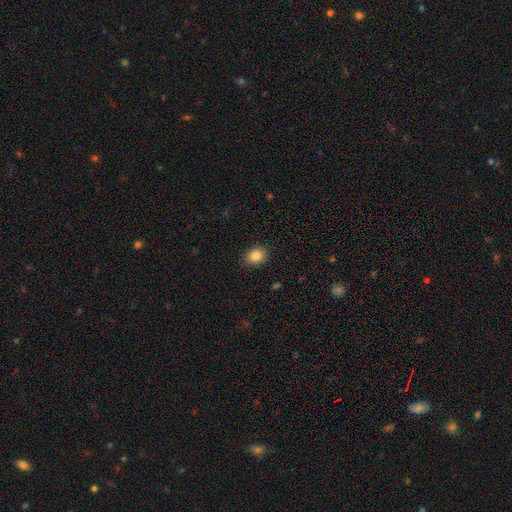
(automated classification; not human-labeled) A smooth galaxy with no disk features (86%) that is in between round and cigar-shaped (50%). Merging: none (86%).